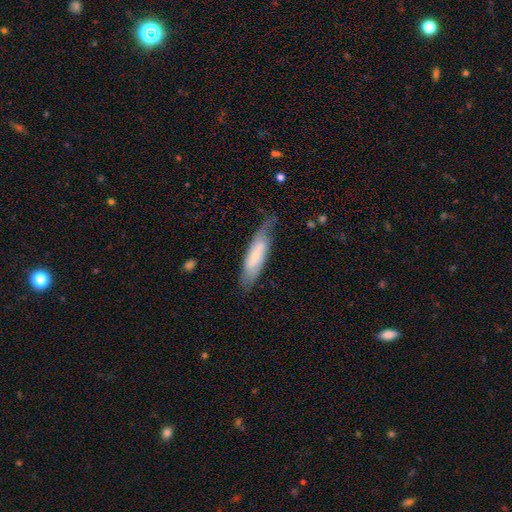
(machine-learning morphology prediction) Q: Smooth or featured?
A: smooth (51%); runner-up: featured or disk (42%)
Q: How rounded?
A: cigar-shaped (64%); runner-up: in between (34%)
Q: Merging?
A: none (64%); runner-up: minor disturbance (25%)